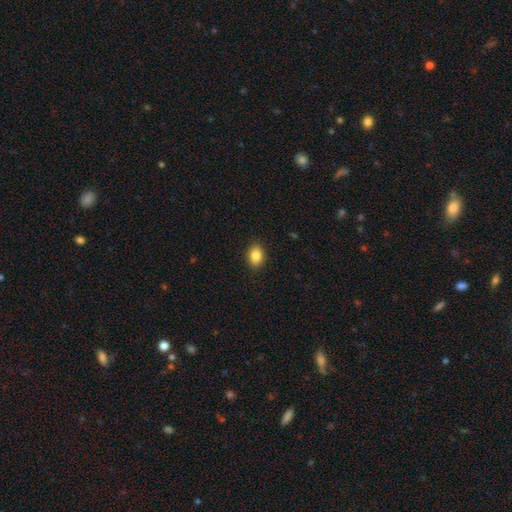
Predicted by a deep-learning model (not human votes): Q: Smooth or featured?
A: smooth (85%); runner-up: star or artifact (9%)
Q: How rounded?
A: in between (79%); runner-up: round (20%)
Q: Merging?
A: none (90%); runner-up: minor disturbance (8%)